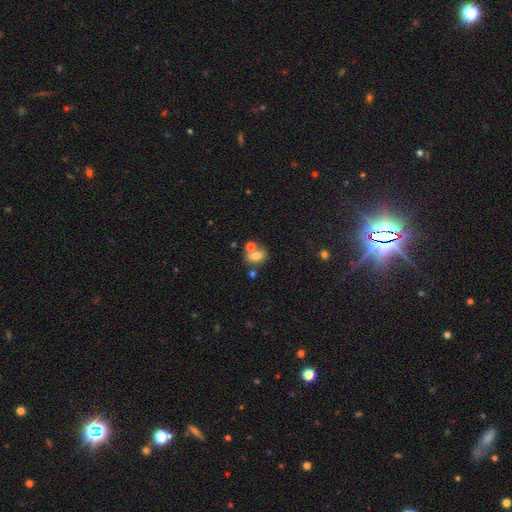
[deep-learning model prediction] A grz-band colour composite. It shows a smooth galaxy with no disk features (75%) that is in between round and cigar-shaped (72%). Merging: none (49%).